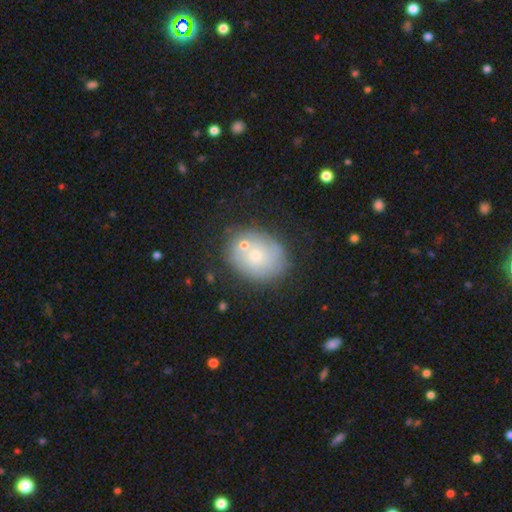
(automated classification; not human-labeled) smooth_or_featured: smooth (p=0.54) [alt: featured or disk p=0.37]
how_rounded: round (p=0.54) [alt: in between p=0.45]
merging: none (p=0.62) [alt: minor disturbance p=0.17]